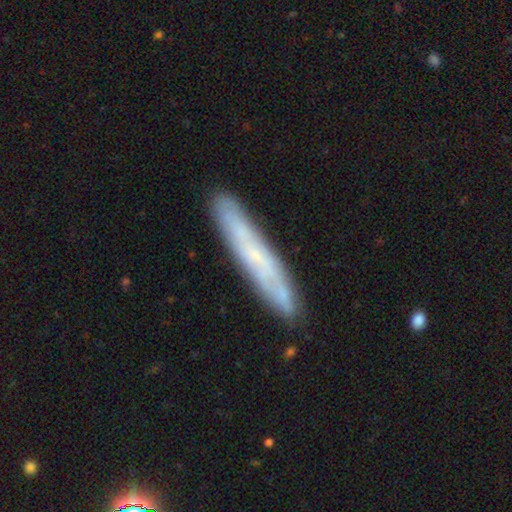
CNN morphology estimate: Smooth or featured? featured or disk (54%)
Edge-on disk? yes (71%)
Merging? none (86%)